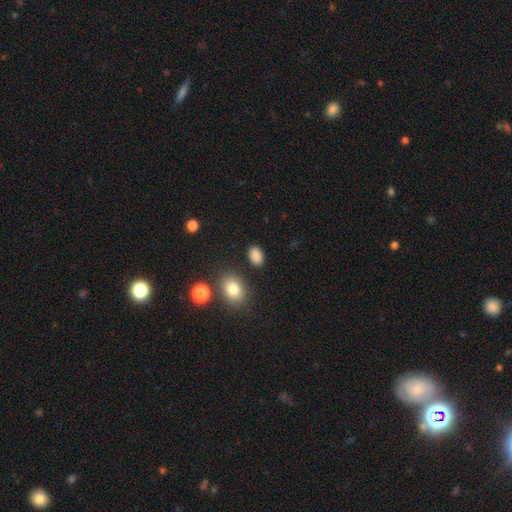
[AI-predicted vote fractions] smooth_or_featured: smooth (p=0.87) [alt: star or artifact p=0.09]
how_rounded: in between (p=0.84) [alt: round p=0.15]
merging: none (p=0.86) [alt: minor disturbance p=0.09]